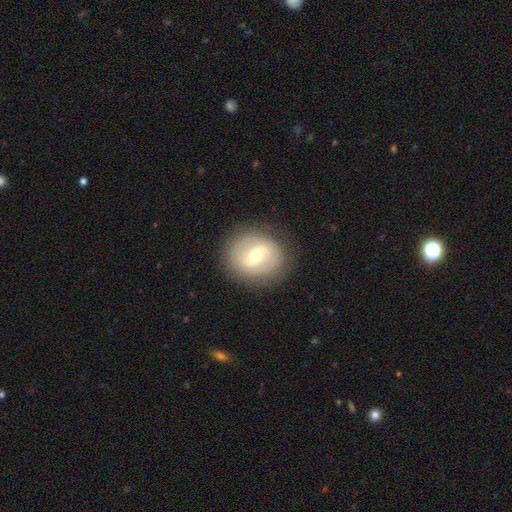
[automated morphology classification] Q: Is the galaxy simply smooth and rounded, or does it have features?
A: featured or disk — 58%.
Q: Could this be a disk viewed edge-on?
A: no — 95%.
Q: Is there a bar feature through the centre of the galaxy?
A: weak — 49%.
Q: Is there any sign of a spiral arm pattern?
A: yes — 55%.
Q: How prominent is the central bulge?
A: moderate — 56%.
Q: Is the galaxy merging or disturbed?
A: none — 83%.